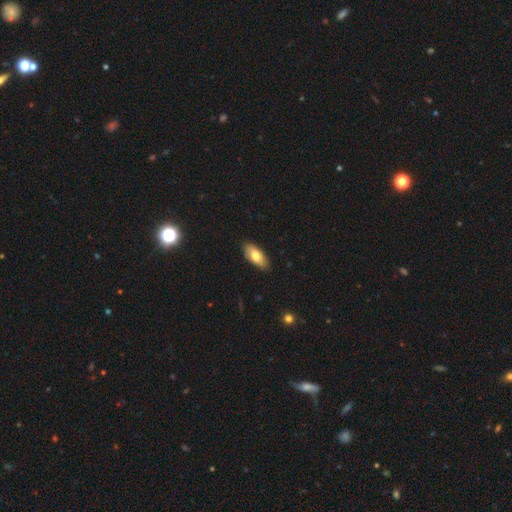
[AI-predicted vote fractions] Q: Smooth or featured?
A: smooth (78%); runner-up: featured or disk (16%)
Q: How rounded?
A: in between (87%); runner-up: cigar-shaped (10%)
Q: Merging?
A: none (86%); runner-up: minor disturbance (11%)